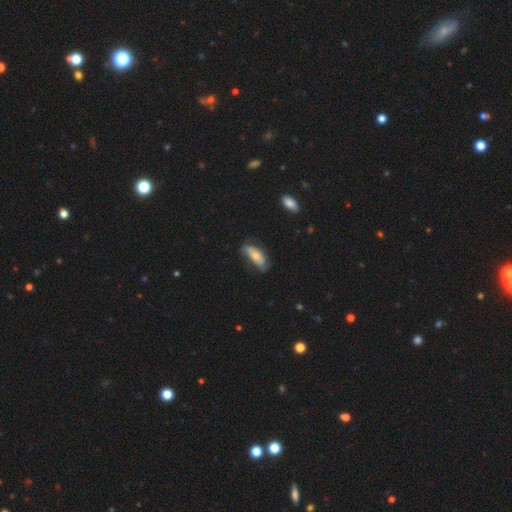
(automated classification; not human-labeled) Q: Smooth or featured?
A: smooth (63%); runner-up: featured or disk (30%)
Q: How rounded?
A: in between (77%); runner-up: cigar-shaped (20%)
Q: Merging?
A: none (54%); runner-up: minor disturbance (33%)